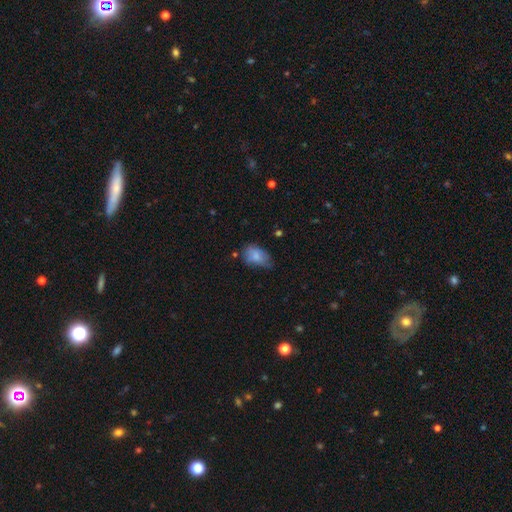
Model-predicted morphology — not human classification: This is likely a smooth galaxy (78%). How rounded: clearly in between (87%). Merging: marginally none (44%).